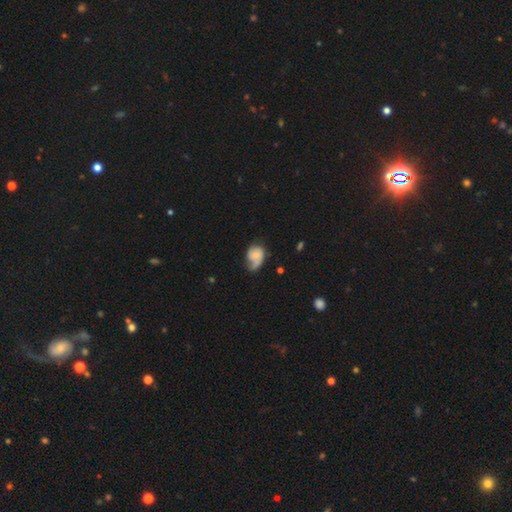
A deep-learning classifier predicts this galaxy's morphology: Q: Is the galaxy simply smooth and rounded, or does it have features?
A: featured or disk — 54%.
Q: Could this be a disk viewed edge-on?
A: no — 97%.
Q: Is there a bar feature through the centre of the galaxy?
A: no — 70%.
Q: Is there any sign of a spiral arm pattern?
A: yes — 85%.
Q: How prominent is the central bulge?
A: small — 52%.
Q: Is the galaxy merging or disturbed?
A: none — 39%.